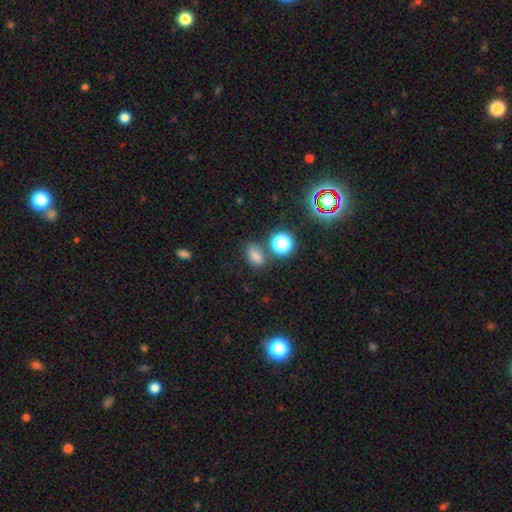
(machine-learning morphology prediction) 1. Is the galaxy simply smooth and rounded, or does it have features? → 73% smooth, 20% star or artifact, 7% featured or disk.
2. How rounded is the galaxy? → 75% in between, 22% round, 3% cigar-shaped.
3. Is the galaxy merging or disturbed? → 69% none, 16% minor disturbance, 10% merger, 5% major disturbance.